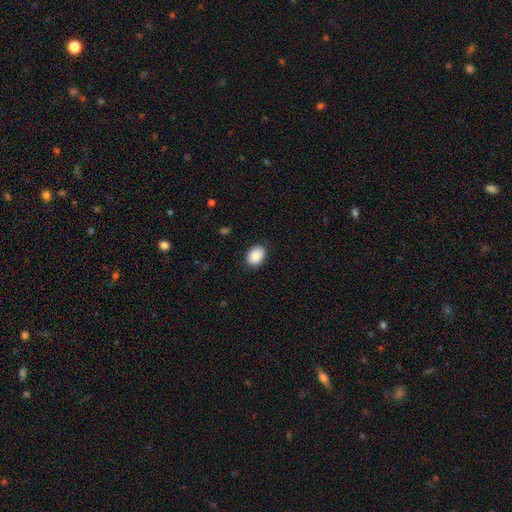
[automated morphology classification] Smooth or featured? Predicted: smooth (p=0.90). How rounded? Predicted: in between (p=0.75). Merging? Predicted: none (p=0.88).